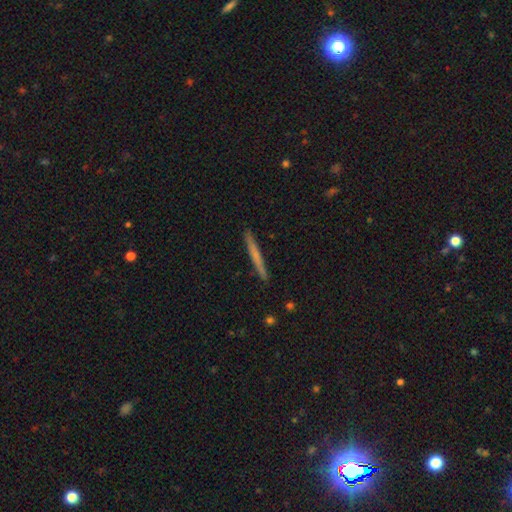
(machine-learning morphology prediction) A smooth galaxy with no disk features (58%) that is cigar-shaped (97%).

Vote fractions:
- Smooth or featured? smooth: 58% / featured or disk: 36% / star or artifact: 6%
- How rounded? cigar-shaped: 97% / in between: 2% / round: 1%
- Merging? none: 92% / minor disturbance: 6% / major disturbance: 1% / merger: 1%